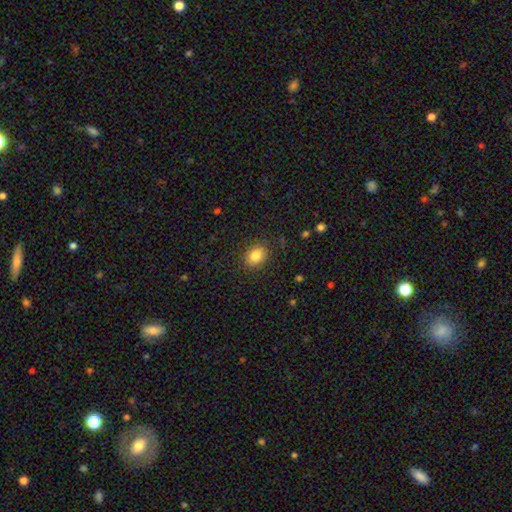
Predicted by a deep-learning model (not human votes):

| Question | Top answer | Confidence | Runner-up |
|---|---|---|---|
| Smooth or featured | smooth | 84% | star or artifact (10%) |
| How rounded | in between | 56% | round (44%) |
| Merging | none | 87% | minor disturbance (9%) |